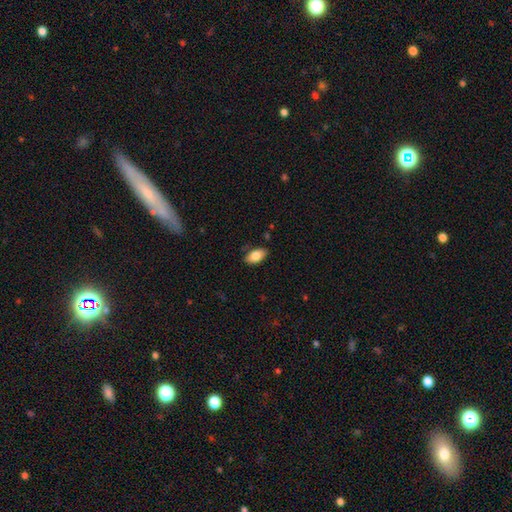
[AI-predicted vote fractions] A smooth galaxy with no disk features (82%) that is in between round and cigar-shaped (93%). Merging: none (84%).